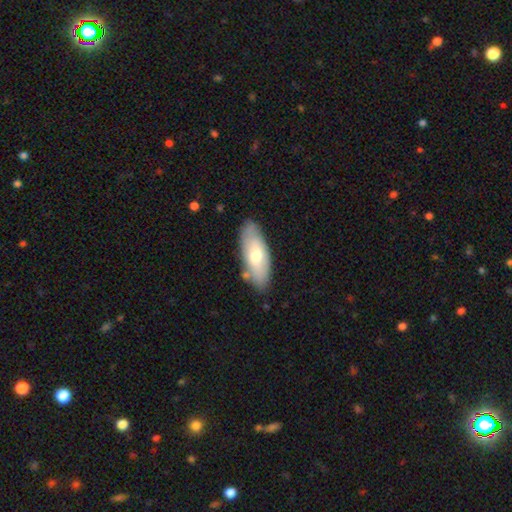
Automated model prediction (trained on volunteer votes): Smooth or featured? smooth (62%)
How rounded? in between (79%)
Merging? none (80%)